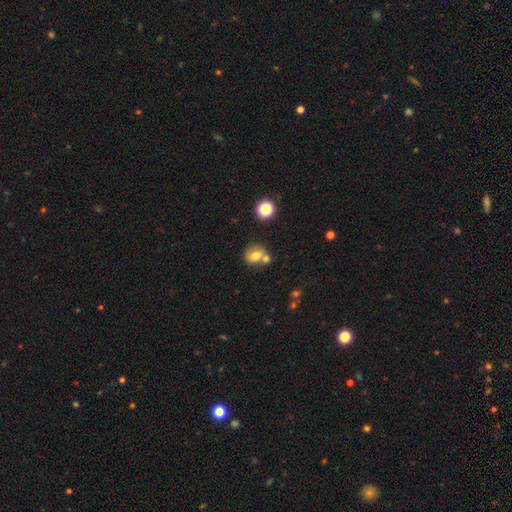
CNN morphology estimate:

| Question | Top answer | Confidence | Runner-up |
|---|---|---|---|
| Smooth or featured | smooth | 69% | featured or disk (18%) |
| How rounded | round | 67% | in between (32%) |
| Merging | none | 48% | merger (36%) |